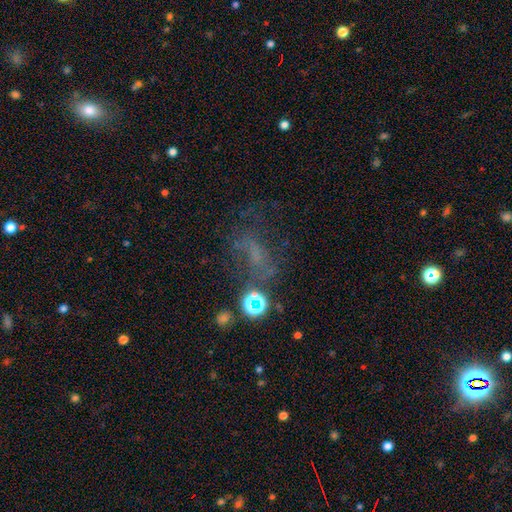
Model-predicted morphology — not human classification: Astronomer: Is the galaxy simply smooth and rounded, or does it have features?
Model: star or artifact — 37% (runner-up: featured or disk, 34%).